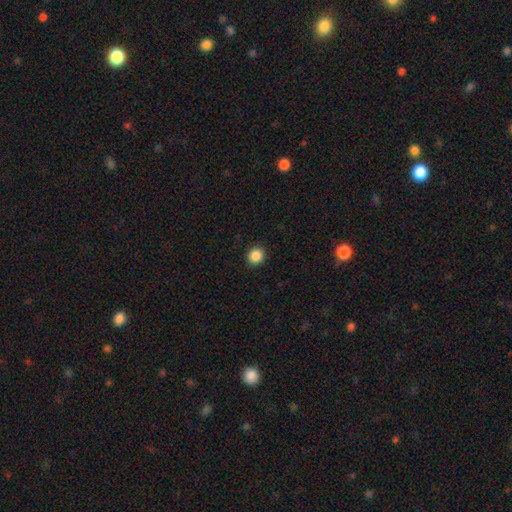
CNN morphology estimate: This appears to be a smooth galaxy with no disk features (88%) that is round (88%). Merging: none (92%).